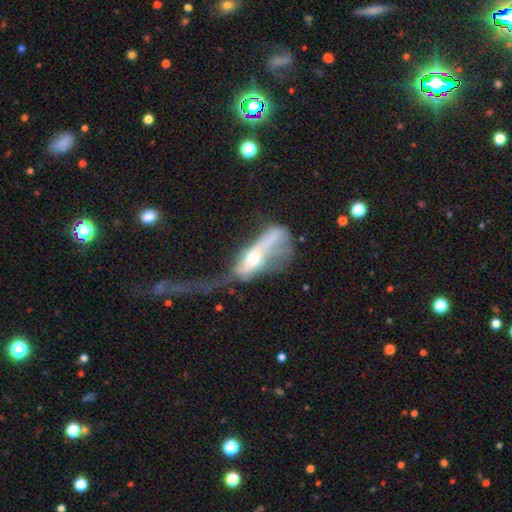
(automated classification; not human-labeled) A featured or disk galaxy (54%). Merging: major disturbance (61%).